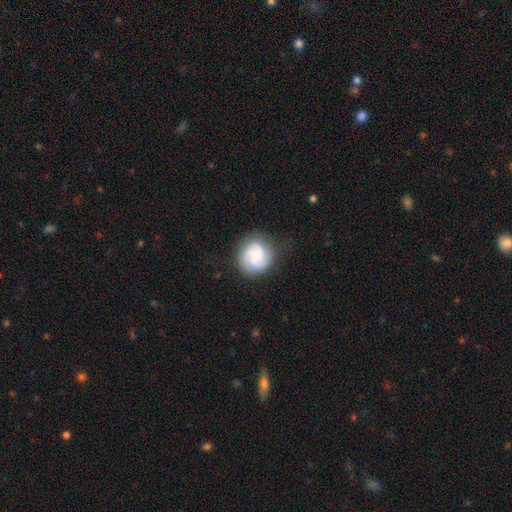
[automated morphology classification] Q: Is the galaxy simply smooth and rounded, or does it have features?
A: featured or disk — 61%.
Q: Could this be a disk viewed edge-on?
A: no — 98%.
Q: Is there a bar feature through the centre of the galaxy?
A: no — 70%.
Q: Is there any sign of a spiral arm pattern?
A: yes — 95%.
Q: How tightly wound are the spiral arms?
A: tight — 47%.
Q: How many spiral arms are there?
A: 3 — 46%.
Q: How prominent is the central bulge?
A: small — 52%.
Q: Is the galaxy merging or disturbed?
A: none — 77%.